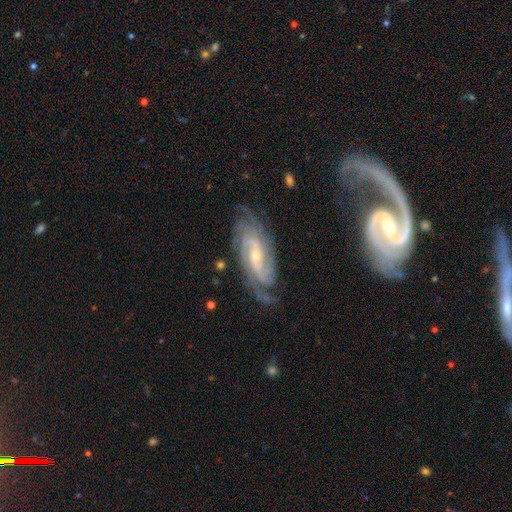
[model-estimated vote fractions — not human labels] Q: Smooth or featured?
A: featured or disk (89%); runner-up: star or artifact (6%)
Q: Edge-on disk?
A: no (93%); runner-up: yes (7%)
Q: Bar?
A: weak (40%); runner-up: no (38%)
Q: Spiral arms?
A: yes (98%); runner-up: no (2%)
Q: Spiral winding?
A: tight (64%); runner-up: medium (29%)
Q: Spiral arm count?
A: can't tell (23%); runner-up: 2 (22%)
Q: Bulge size?
A: small (67%); runner-up: moderate (30%)
Q: Merging?
A: none (74%); runner-up: minor disturbance (16%)